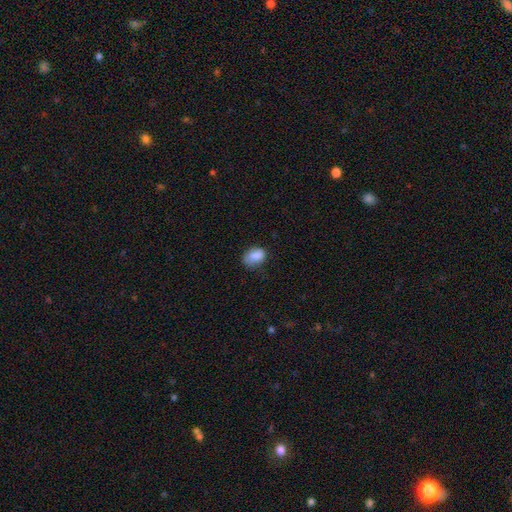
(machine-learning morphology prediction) This appears to be a smooth galaxy with no disk features (85%) that is in between round and cigar-shaped (76%). Merging: none (62%).